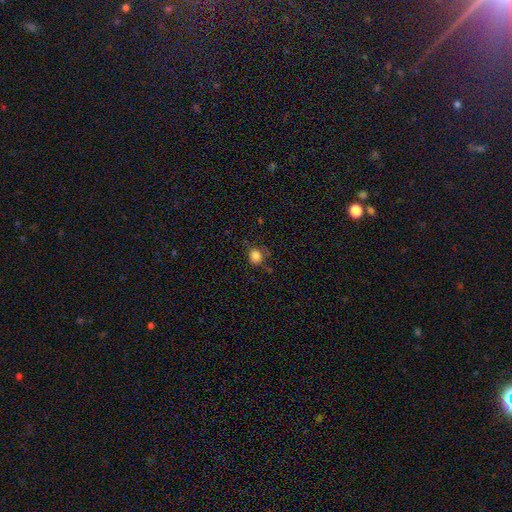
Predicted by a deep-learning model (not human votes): A smooth galaxy with no disk features (82%) that is round (71%). Merging: none (68%).